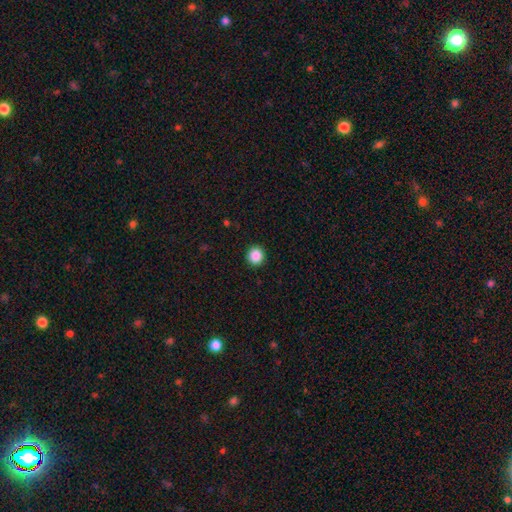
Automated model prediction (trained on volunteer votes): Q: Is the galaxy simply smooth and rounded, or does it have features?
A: smooth — 88%.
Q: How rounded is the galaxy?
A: round — 93%.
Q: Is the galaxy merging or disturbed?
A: none — 93%.